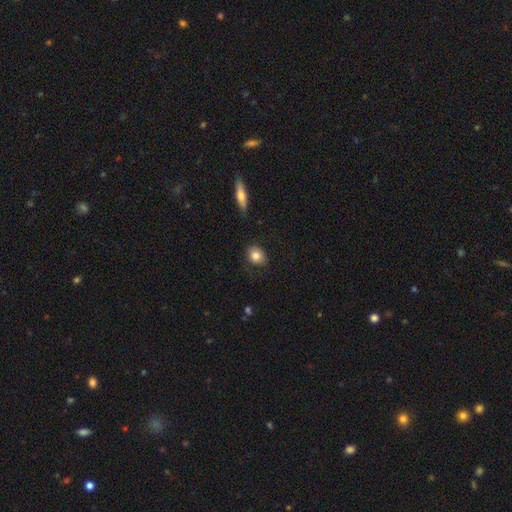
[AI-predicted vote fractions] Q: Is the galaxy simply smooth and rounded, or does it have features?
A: smooth — 82%.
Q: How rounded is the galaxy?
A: round — 52%.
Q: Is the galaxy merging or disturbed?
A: none — 79%.